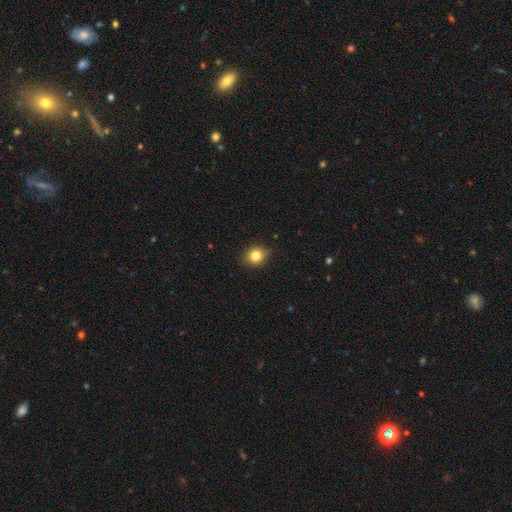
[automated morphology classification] Smooth or featured: smooth — 82% (star or artifact — 10%)
How rounded: round — 69% (in between — 30%)
Merging: none — 87% (minor disturbance — 10%)